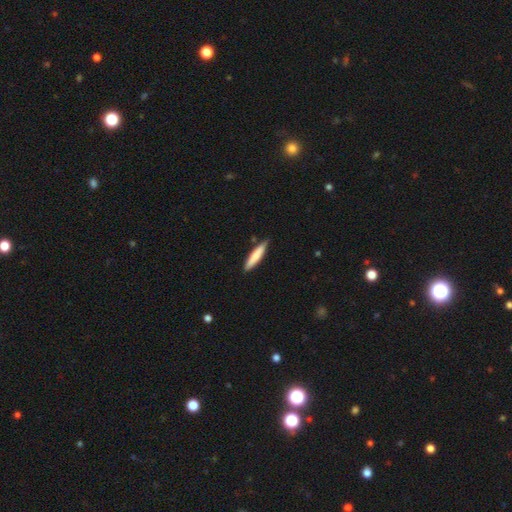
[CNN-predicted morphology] Overall: smooth (75%). How rounded: cigar-shaped (88%). Merging: none (85%).